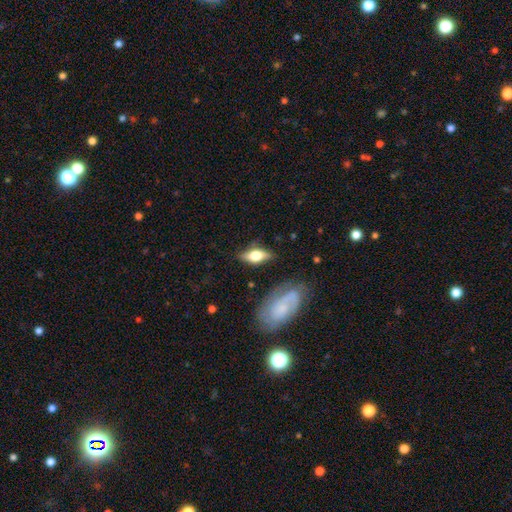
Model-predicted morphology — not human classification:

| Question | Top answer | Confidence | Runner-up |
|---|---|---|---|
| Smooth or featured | featured or disk | 49% | smooth (44%) |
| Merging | none | 76% | minor disturbance (16%) |